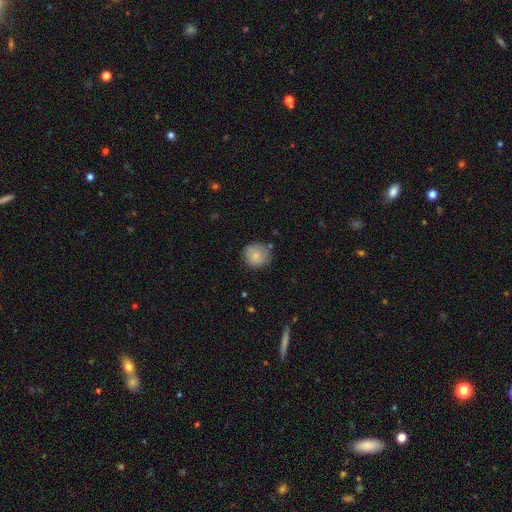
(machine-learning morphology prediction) Overall: smooth (80%). How rounded: round (88%). Merging: none (75%).